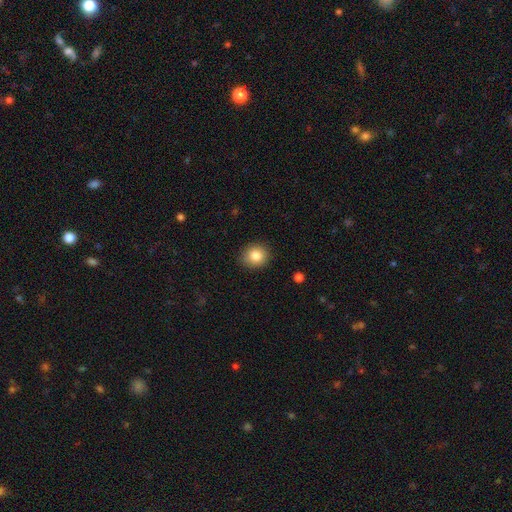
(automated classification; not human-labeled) smooth-or-featured: smooth: 85% | star or artifact: 9% | featured or disk: 6%
  how-rounded: round: 77% | in between: 22% | cigar-shaped: 1%
  merging: none: 88% | minor disturbance: 8% | major disturbance: 2% | merger: 1%